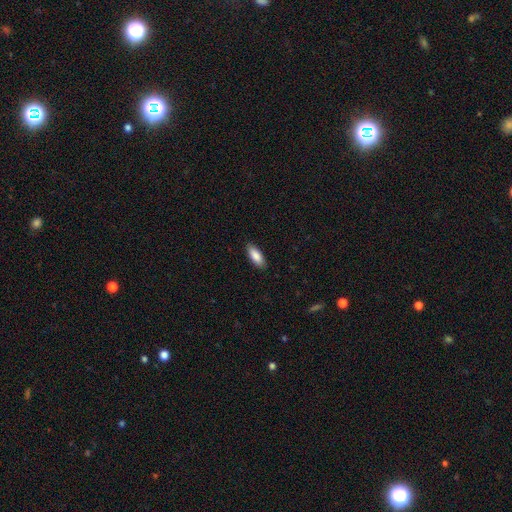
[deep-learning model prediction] smooth_or_featured: smooth (p=0.88) [alt: featured or disk p=0.06]
how_rounded: in between (p=0.79) [alt: cigar-shaped p=0.19]
merging: none (p=0.89) [alt: minor disturbance p=0.09]